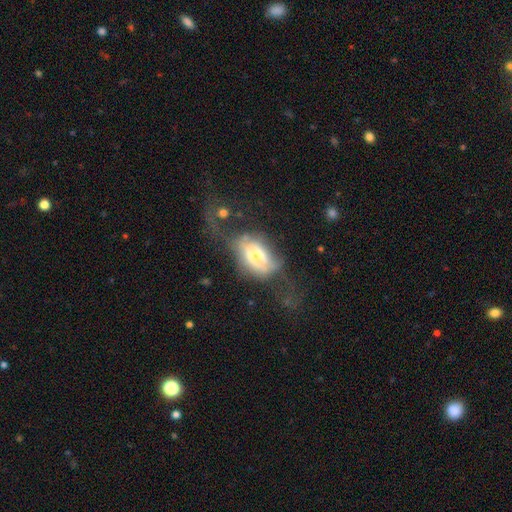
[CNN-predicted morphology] The model was most divided on "smooth or featured": featured or disk: 47%, smooth: 44%, star or artifact: 9%. Remaining: merging — major disturbance (49%).